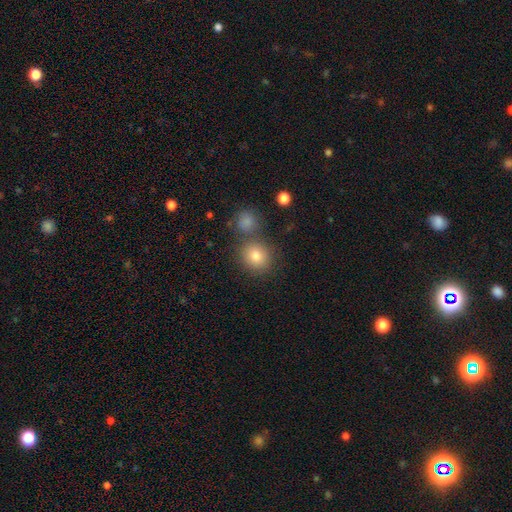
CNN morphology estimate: smooth 79%, star or artifact 13%, featured or disk 8%. Down the decision tree: how rounded — round (81%); merging — none (69%).